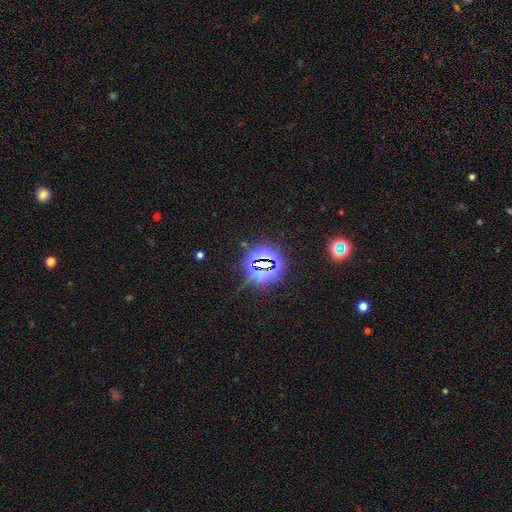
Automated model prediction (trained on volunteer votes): This is likely a star or artifact rather than a galaxy (79%).